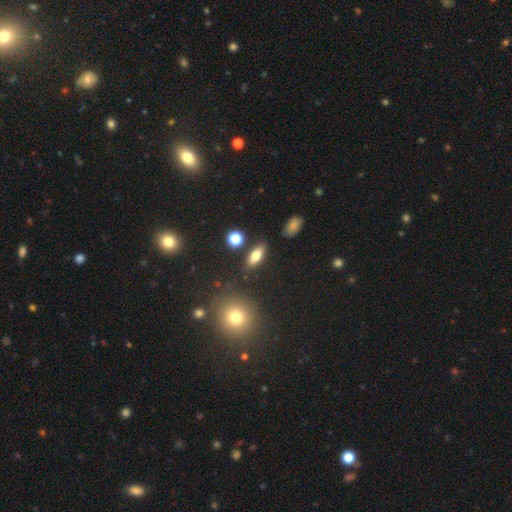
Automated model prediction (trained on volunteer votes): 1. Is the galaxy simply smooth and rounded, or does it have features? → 71% smooth, 18% featured or disk, 10% star or artifact.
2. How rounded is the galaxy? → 77% in between, 18% cigar-shaped, 5% round.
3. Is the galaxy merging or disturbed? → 83% none, 10% minor disturbance, 4% merger, 3% major disturbance.